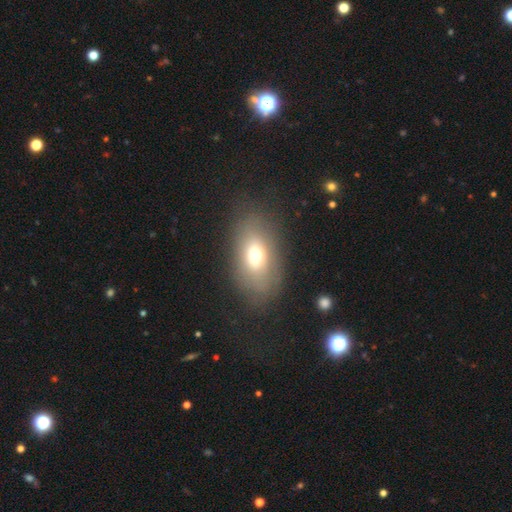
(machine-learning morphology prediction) Overall: smooth (62%; featured or disk 26%). How rounded: in between (83%). Merging: none (75%).